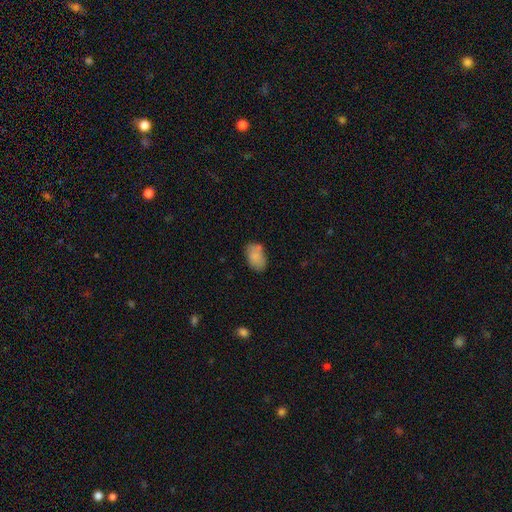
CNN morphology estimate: Smooth or featured: smooth — 83% (featured or disk — 9%)
How rounded: in between — 91% (round — 8%)
Merging: none — 65% (minor disturbance — 20%)